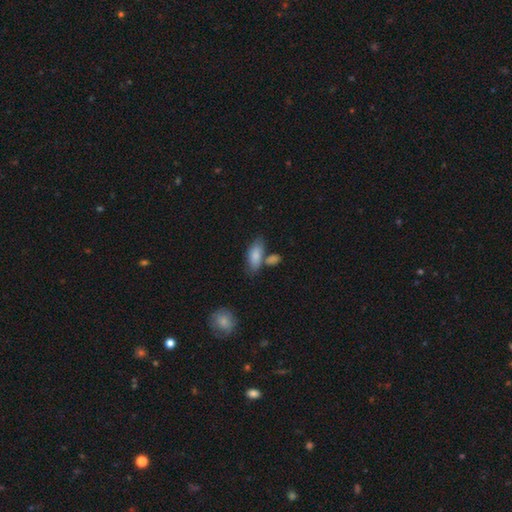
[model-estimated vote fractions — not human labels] A smooth galaxy with no disk features (83%) that is in between round and cigar-shaped (84%).

Vote fractions:
- Smooth or featured? smooth: 83% / featured or disk: 11% / star or artifact: 6%
- How rounded? in between: 84% / cigar-shaped: 12% / round: 3%
- Merging? none: 53% / merger: 25% / minor disturbance: 17% / major disturbance: 6%